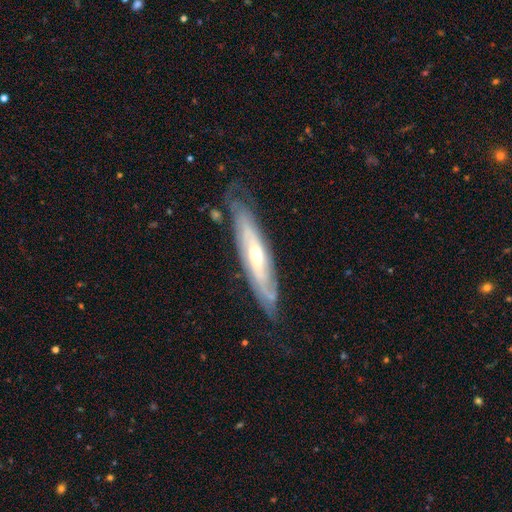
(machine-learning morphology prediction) This appears to be a featured or disk galaxy (78%). Merging: none (73%).